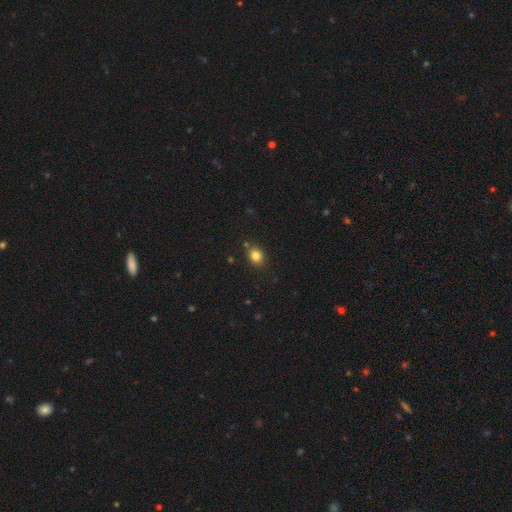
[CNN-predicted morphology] Smooth or featured? Predicted: smooth (p=0.82). How rounded? Predicted: round (p=0.59). Merging? Predicted: none (p=0.83).